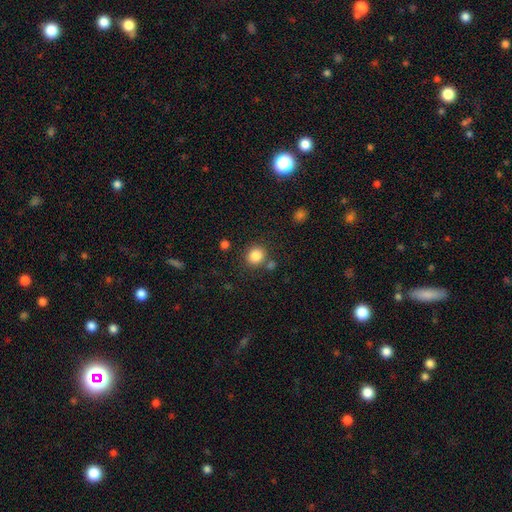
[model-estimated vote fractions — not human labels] Smooth or featured?
  - smooth: 85% *
  - star or artifact: 11%
  - featured or disk: 5%
How rounded?
  - round: 86% *
  - in between: 13%
  - cigar-shaped: 1%
Merging?
  - none: 78% *
  - merger: 10%
  - minor disturbance: 9%
  - major disturbance: 3%